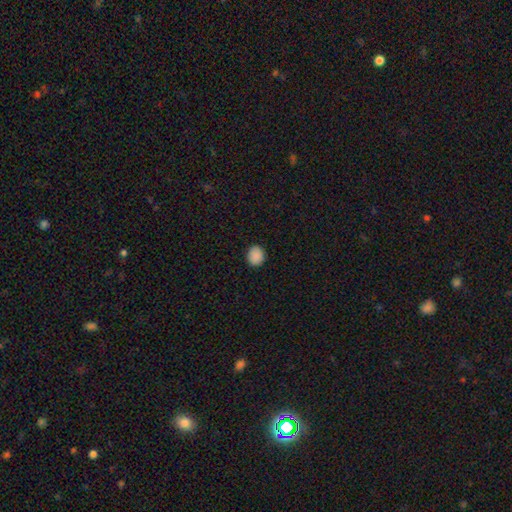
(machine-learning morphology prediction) This appears to be a smooth galaxy with no disk features (88%) that is round (73%). Merging: none (90%).